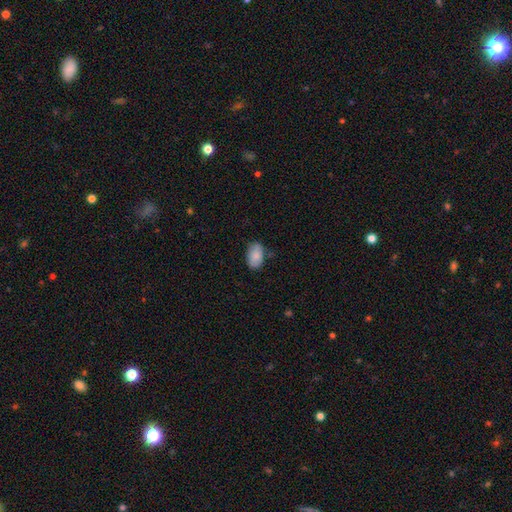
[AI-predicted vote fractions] Q: Smooth or featured?
A: smooth (85%); runner-up: featured or disk (9%)
Q: How rounded?
A: in between (92%); runner-up: round (7%)
Q: Merging?
A: none (74%); runner-up: minor disturbance (20%)